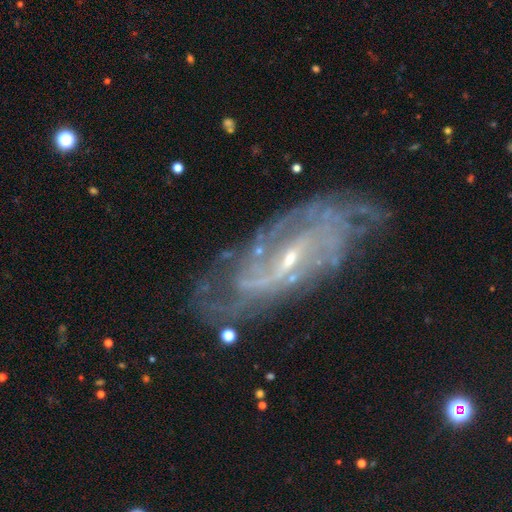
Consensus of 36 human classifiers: Overall: featured or disk (97%). Edge-on disk: no (91%). Bar: weak (56%; no 28%). Spiral arms: yes (100%). Spiral arm count: can't tell (44%; 2 38%). Spiral winding: medium (44%; tight 28%). Bulge size: small (81%). Merging: none (72%).